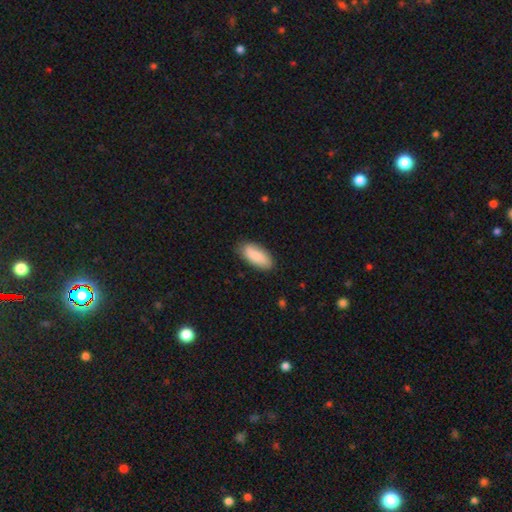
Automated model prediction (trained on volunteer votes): Smooth or featured?
  - smooth: 81% *
  - featured or disk: 14%
  - star or artifact: 6%
How rounded?
  - in between: 88% *
  - cigar-shaped: 10%
  - round: 2%
Merging?
  - none: 80% *
  - minor disturbance: 16%
  - major disturbance: 3%
  - merger: 1%